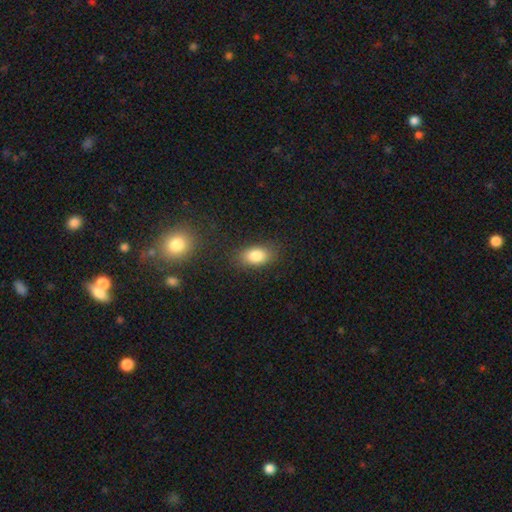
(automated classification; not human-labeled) This is clearly a smooth galaxy (84%). How rounded: clearly in between (87%). Merging: clearly none (82%).